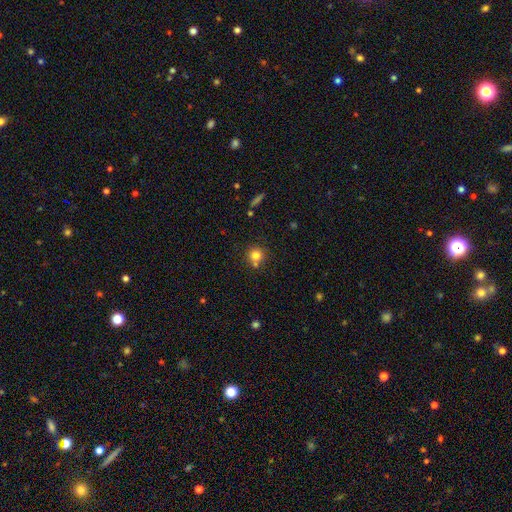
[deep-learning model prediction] smooth_or_featured: smooth (p=0.80) [alt: star or artifact p=0.12]
how_rounded: round (p=0.91) [alt: in between p=0.08]
merging: none (p=0.67) [alt: merger p=0.19]